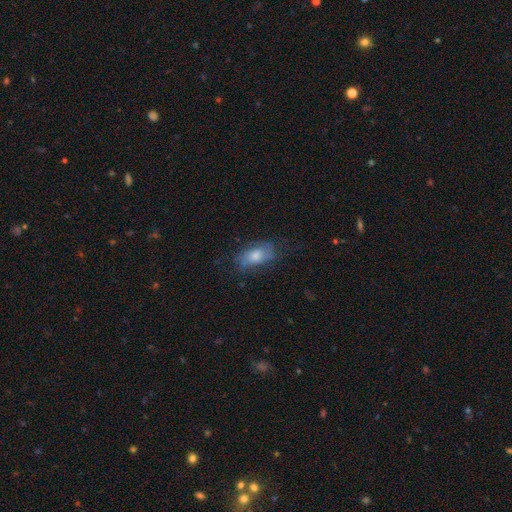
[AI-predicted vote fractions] This appears to be a smooth galaxy with no disk features (50%) that is in between round and cigar-shaped (86%). Merging: none (59%).